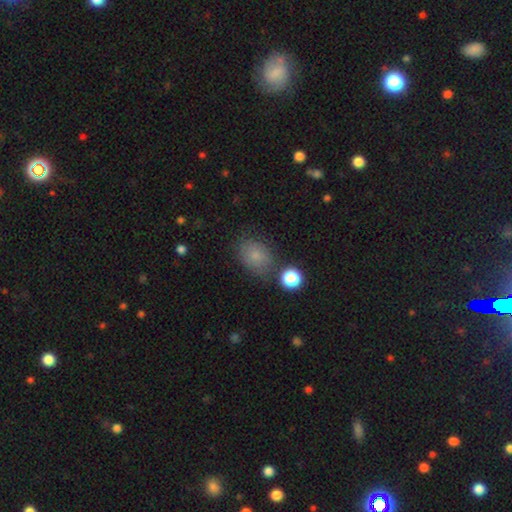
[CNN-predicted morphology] This appears to be a smooth galaxy with no disk features (79%) that is in between round and cigar-shaped (65%). Merging: none (73%).